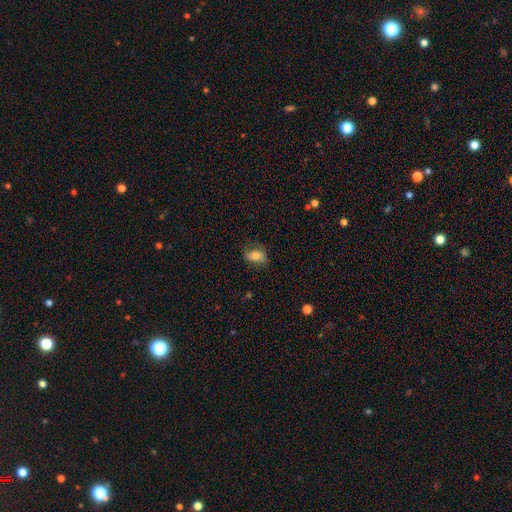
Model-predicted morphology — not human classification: smooth-or-featured: smooth: 73% | featured or disk: 19% | star or artifact: 8%
  how-rounded: in between: 83% | round: 13% | cigar-shaped: 3%
  merging: none: 66% | minor disturbance: 23% | major disturbance: 9% | merger: 1%